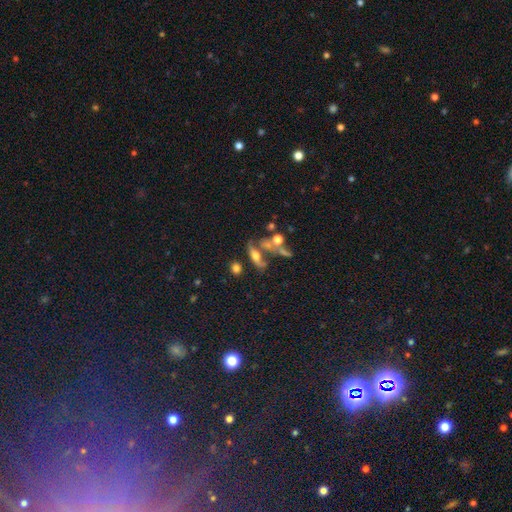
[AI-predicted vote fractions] A featured or disk galaxy (45%). Merging: none (40%).